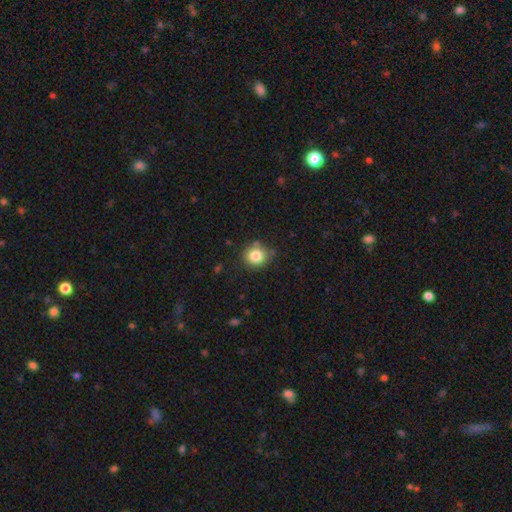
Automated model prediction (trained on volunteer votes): The model was most divided on "merging": none: 82%, minor disturbance: 12%, merger: 3%, major disturbance: 3%. More confident: how rounded — round (88%); smooth or featured — smooth (83%).